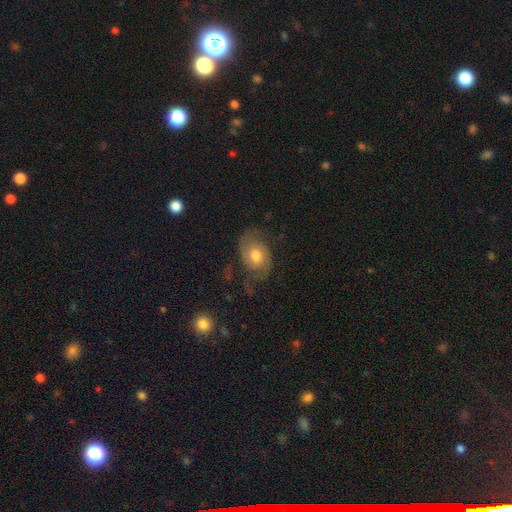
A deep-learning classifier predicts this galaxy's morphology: A featured or disk galaxy (66%) with no bar (73%), 2 (86%) medium (45%) spiral arms (88%) and a moderate central bulge (70%).

Vote fractions:
- Smooth or featured? featured or disk: 66% / smooth: 26% / star or artifact: 8%
- Edge-on disk? no: 96% / yes: 4%
- Bar? no: 73% / weak: 24% / strong: 4%
- Spiral arms? yes: 88% / no: 12%
- Spiral winding? medium: 45% / loose: 29% / tight: 26%
- Spiral arm count? 2: 86% / can't tell: 7% / 1: 3% / 3: 1% / 4: 1% / more than 4: 1%
- Bulge size? moderate: 70% / large: 16% / small: 11% / dominant: 2% / none: 2%
- Merging? none: 62% / minor disturbance: 21% / major disturbance: 15% / merger: 2%